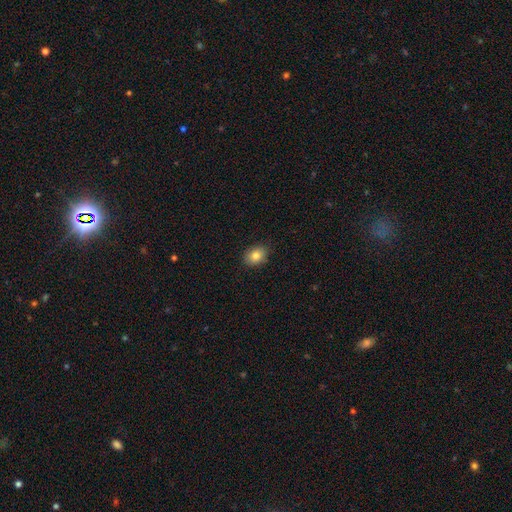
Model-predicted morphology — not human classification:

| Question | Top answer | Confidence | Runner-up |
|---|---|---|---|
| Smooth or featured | smooth | 84% | star or artifact (9%) |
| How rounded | in between | 69% | round (30%) |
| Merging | none | 88% | minor disturbance (9%) |